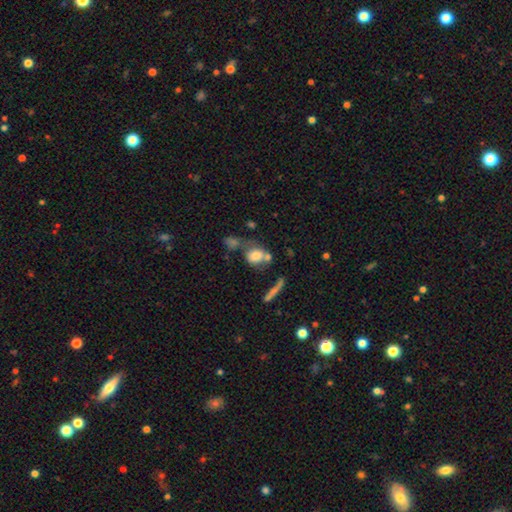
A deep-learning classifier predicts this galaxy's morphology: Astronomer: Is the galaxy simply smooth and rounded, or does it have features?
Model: smooth — 71%.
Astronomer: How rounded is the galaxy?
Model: round — 50% (runner-up: in between, 46%).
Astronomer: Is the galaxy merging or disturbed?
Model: none — 41% (runner-up: merger, 30%).